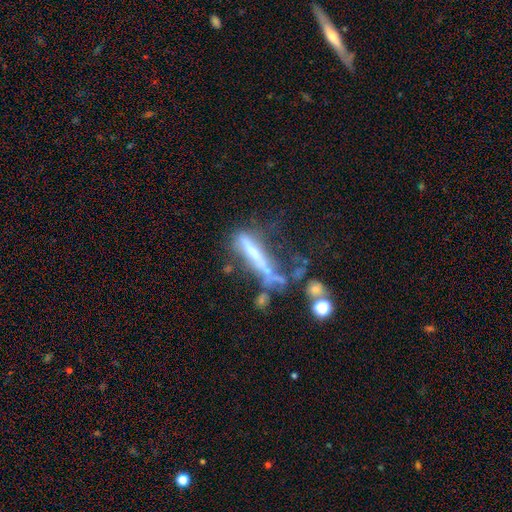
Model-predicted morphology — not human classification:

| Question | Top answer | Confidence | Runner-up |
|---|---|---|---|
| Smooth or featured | featured or disk | 59% | smooth (28%) |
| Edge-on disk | yes | 63% | no (37%) |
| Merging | major disturbance | 36% | merger (24%) |